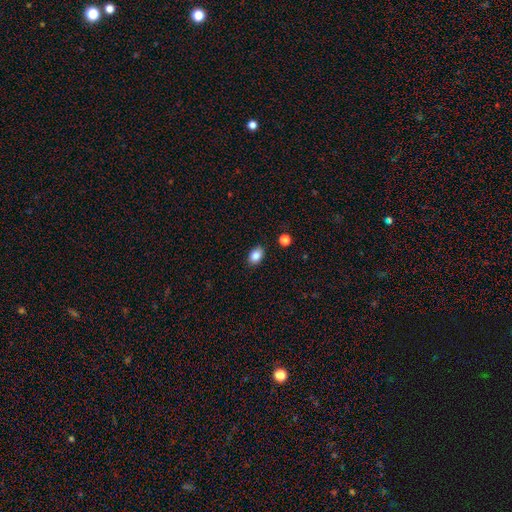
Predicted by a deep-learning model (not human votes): A smooth galaxy with no disk features (85%) that is in between round and cigar-shaped (77%). Merging: none (86%).